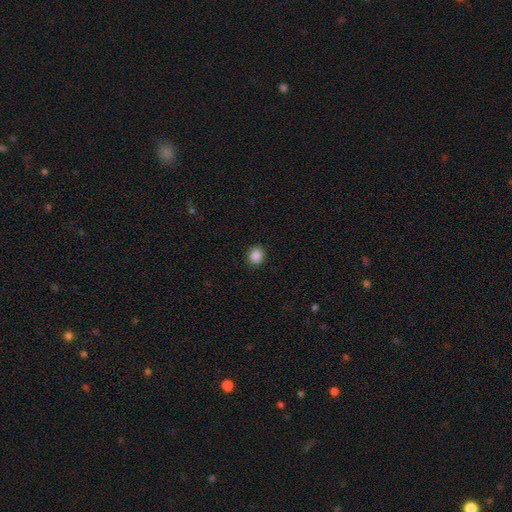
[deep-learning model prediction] Q: Smooth or featured?
A: smooth (87%); runner-up: star or artifact (10%)
Q: How rounded?
A: round (73%); runner-up: in between (26%)
Q: Merging?
A: none (90%); runner-up: minor disturbance (7%)